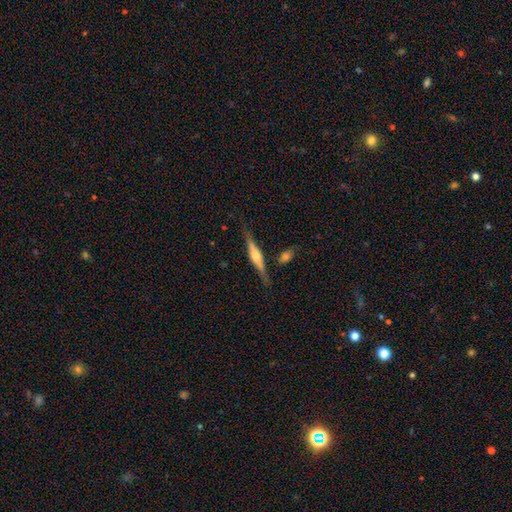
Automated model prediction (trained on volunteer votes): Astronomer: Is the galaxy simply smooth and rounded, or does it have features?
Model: featured or disk — 76%.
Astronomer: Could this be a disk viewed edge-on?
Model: yes — 96%.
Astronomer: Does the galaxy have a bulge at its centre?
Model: rounded — 83%.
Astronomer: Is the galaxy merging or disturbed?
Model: none — 79%.